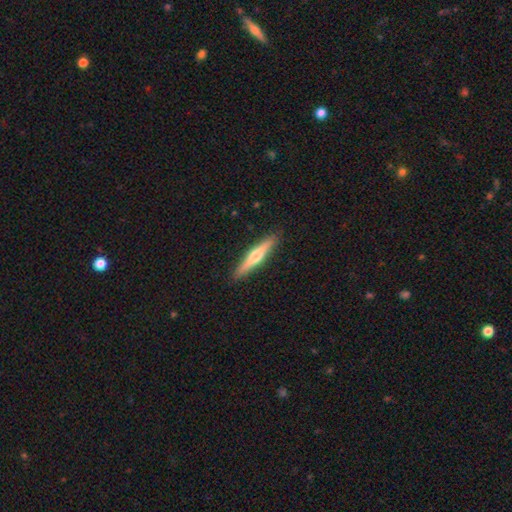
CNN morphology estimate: Smooth or featured? Predicted: featured or disk (p=0.54). Edge-on disk? Predicted: yes (p=0.96). Edge-on bulge? Predicted: rounded (p=0.87). Merging? Predicted: none (p=0.91).